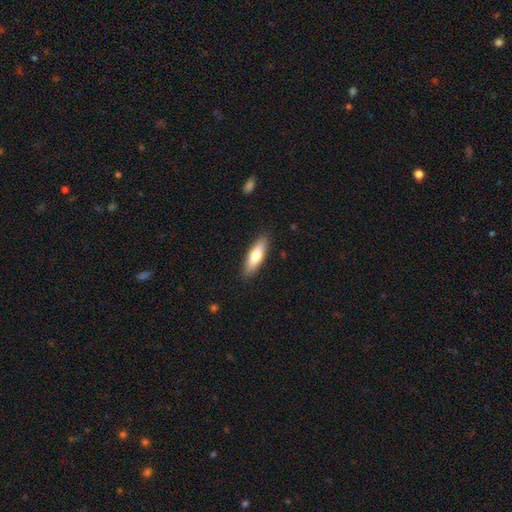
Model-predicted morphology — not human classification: The model was most divided on "how rounded": cigar-shaped: 52%, in between: 46%, round: 2%. More confident: merging — none (88%); smooth or featured — smooth (71%).